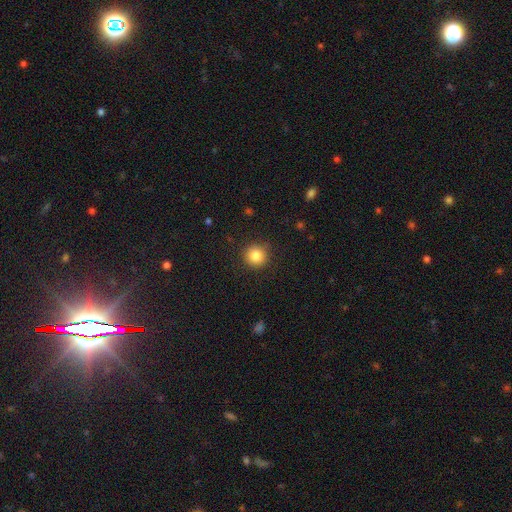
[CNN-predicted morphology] Smooth or featured? smooth (84%)
How rounded? round (94%)
Merging? none (89%)